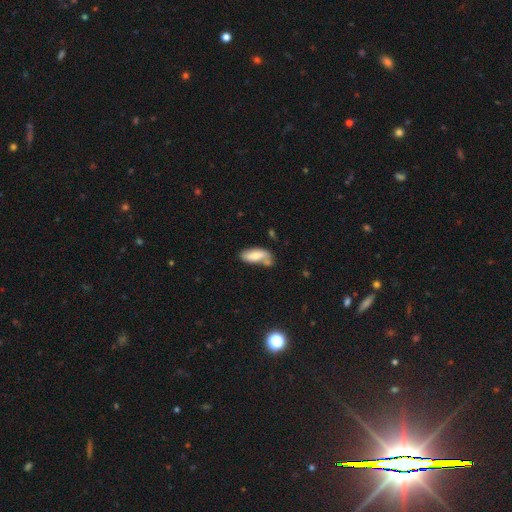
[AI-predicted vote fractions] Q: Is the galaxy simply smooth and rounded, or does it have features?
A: smooth — 69%.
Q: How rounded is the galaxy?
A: in between — 81%.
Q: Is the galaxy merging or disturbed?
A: none — 45%.